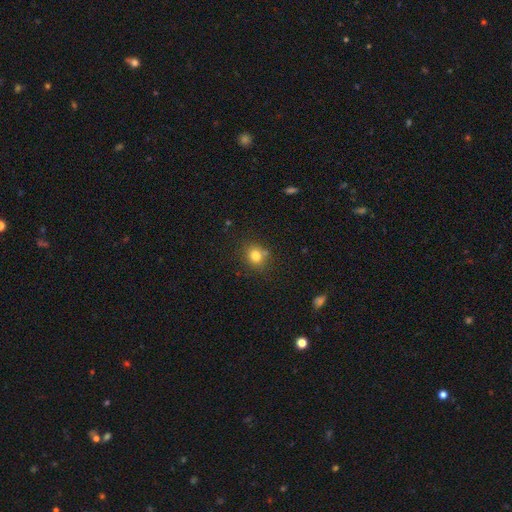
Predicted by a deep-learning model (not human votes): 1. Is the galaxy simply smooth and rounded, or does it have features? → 79% smooth, 13% star or artifact, 8% featured or disk.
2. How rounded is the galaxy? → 72% round, 27% in between, 1% cigar-shaped.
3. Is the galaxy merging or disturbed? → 74% none, 14% minor disturbance, 8% merger, 4% major disturbance.